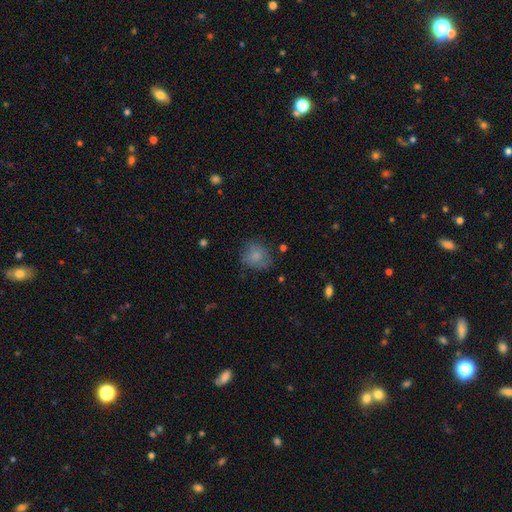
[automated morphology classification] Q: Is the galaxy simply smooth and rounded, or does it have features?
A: smooth — 79%.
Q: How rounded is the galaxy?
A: round — 73%.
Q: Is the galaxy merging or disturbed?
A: none — 70%.